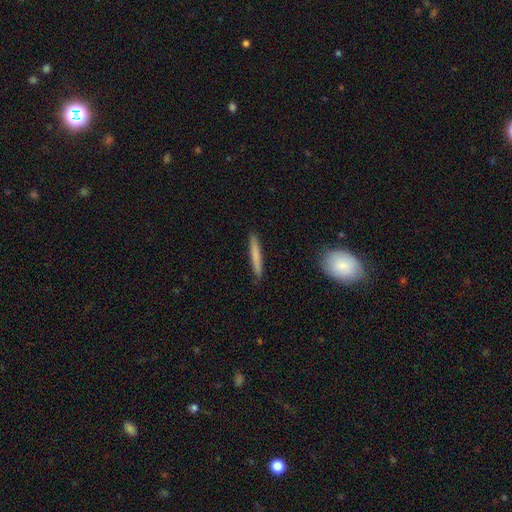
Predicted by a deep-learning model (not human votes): The model was most divided on "smooth or featured": smooth: 73%, featured or disk: 22%, star or artifact: 5%. More confident: how rounded — cigar-shaped (96%); merging — none (90%).